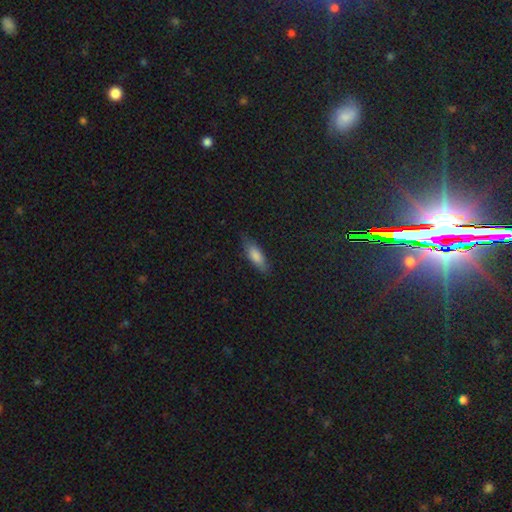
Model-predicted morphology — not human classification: smooth-or-featured: smooth: 76% | featured or disk: 16% | star or artifact: 8%
  how-rounded: in between: 55% | cigar-shaped: 42% | round: 2%
  merging: none: 80% | minor disturbance: 16% | major disturbance: 3% | merger: 1%